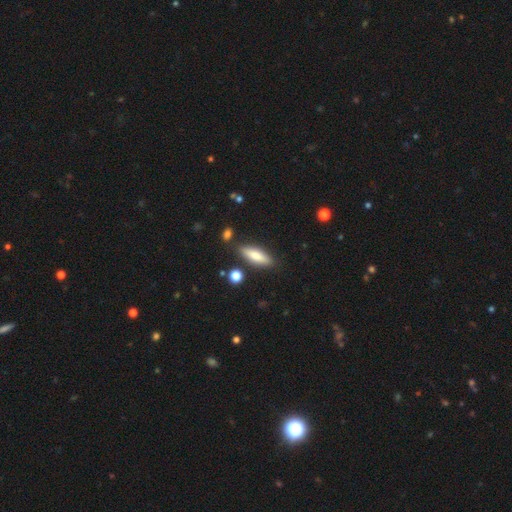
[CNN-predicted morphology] This appears to be a smooth galaxy with no disk features (71%) that is cigar-shaped (53%). Merging: none (83%).